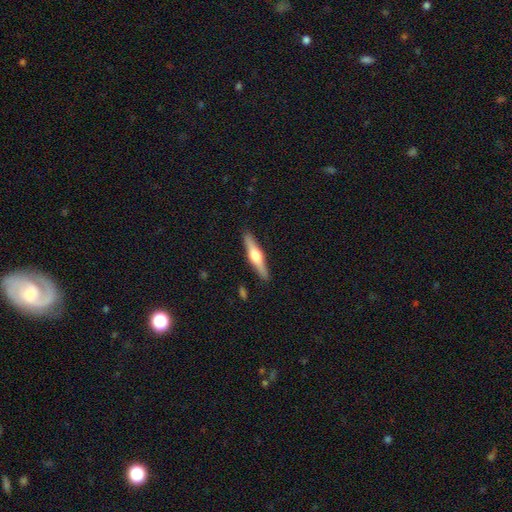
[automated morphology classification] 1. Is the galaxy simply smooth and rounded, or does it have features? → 64% featured or disk, 31% smooth, 5% star or artifact.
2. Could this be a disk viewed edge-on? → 97% yes, 3% no.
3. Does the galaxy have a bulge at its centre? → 93% rounded, 5% boxy, 2% none.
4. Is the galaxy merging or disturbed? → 90% none, 7% minor disturbance, 2% major disturbance, 1% merger.